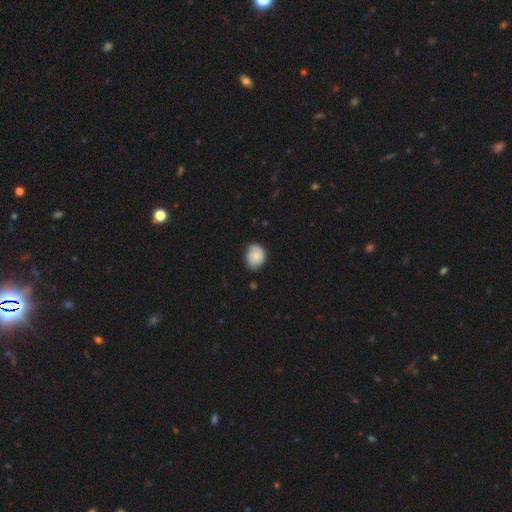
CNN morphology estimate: This appears to be a smooth galaxy with no disk features (66%) that is round (58%). Merging: none (65%).